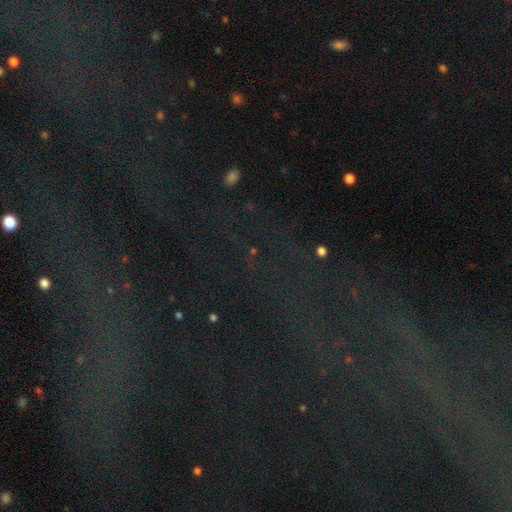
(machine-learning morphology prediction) Smooth or featured? Predicted: star or artifact (p=0.76).